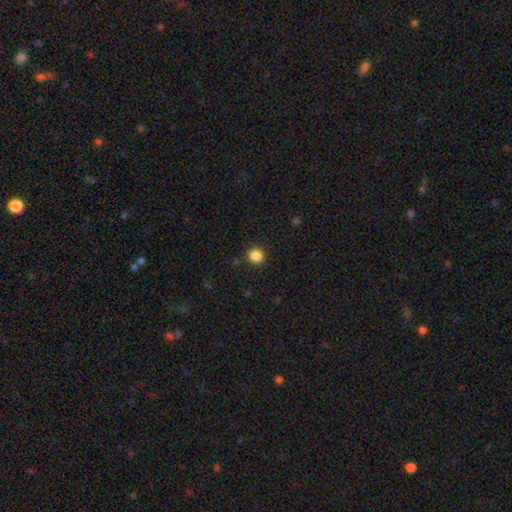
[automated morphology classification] This is clearly a smooth galaxy (85%). How rounded: clearly round (82%). Merging: clearly none (90%).